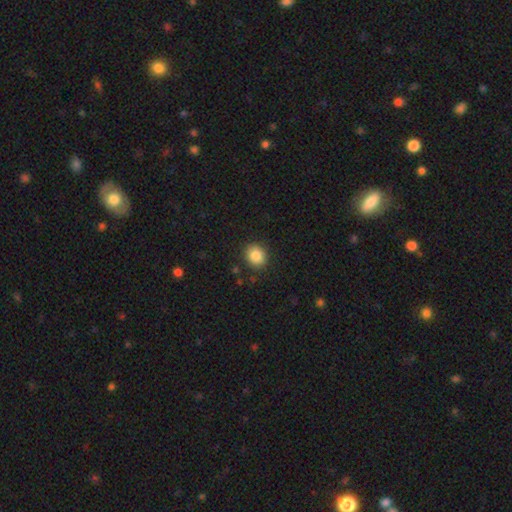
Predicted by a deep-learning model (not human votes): Morphology: type=smooth (86%); roundness=round (77%); merging=none (89%).